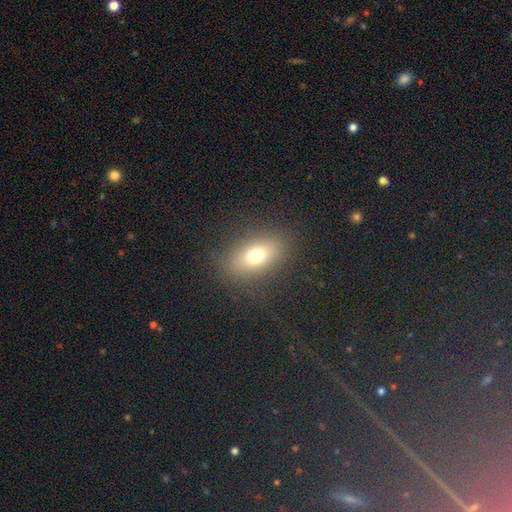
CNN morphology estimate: This appears to be a smooth galaxy with no disk features (72%) that is in between round and cigar-shaped (79%). Merging: none (82%).